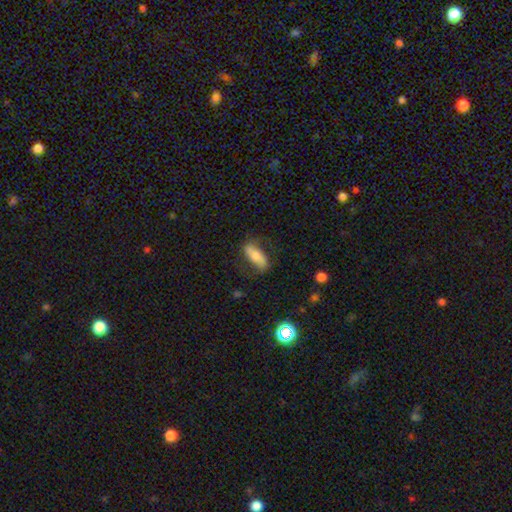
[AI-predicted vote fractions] Morphology: type=smooth (60%); roundness=in between (67%); merging=none (72%).